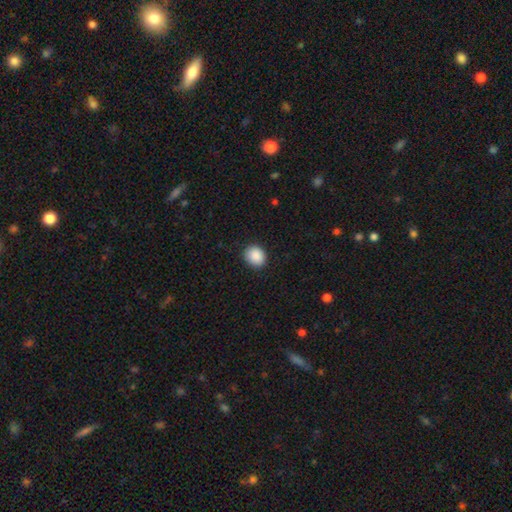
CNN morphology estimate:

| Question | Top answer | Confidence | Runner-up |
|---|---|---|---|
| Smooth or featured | smooth | 90% | star or artifact (8%) |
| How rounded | round | 68% | in between (31%) |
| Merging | none | 89% | minor disturbance (8%) |